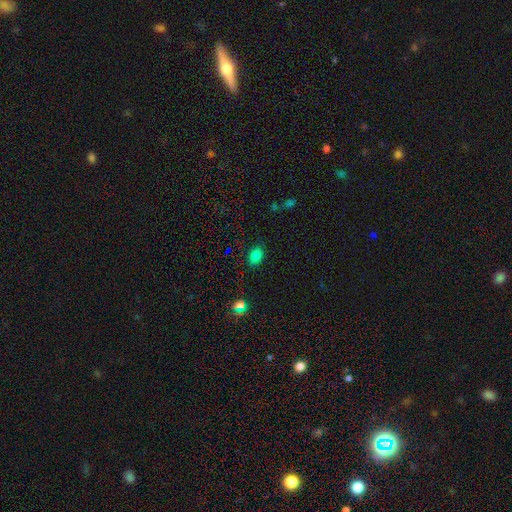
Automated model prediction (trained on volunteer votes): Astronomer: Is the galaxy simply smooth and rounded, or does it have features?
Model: smooth — 79%.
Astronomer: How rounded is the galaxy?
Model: in between — 80%.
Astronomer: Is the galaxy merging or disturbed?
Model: none — 85%.